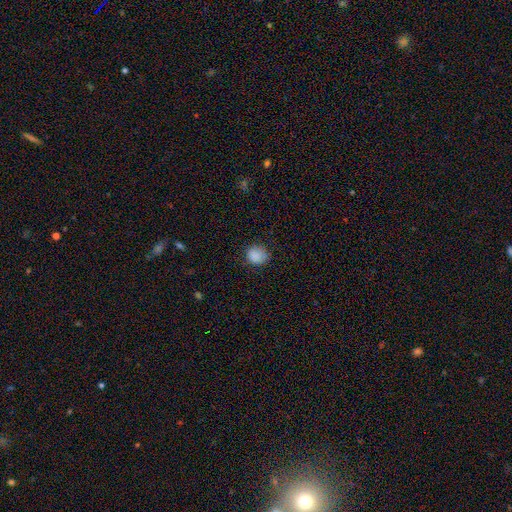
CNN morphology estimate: Smooth or featured?
  - smooth: 87% *
  - star or artifact: 9%
  - featured or disk: 4%
How rounded?
  - round: 81% *
  - in between: 19%
  - cigar-shaped: 1%
Merging?
  - none: 79% *
  - minor disturbance: 16%
  - major disturbance: 4%
  - merger: 1%